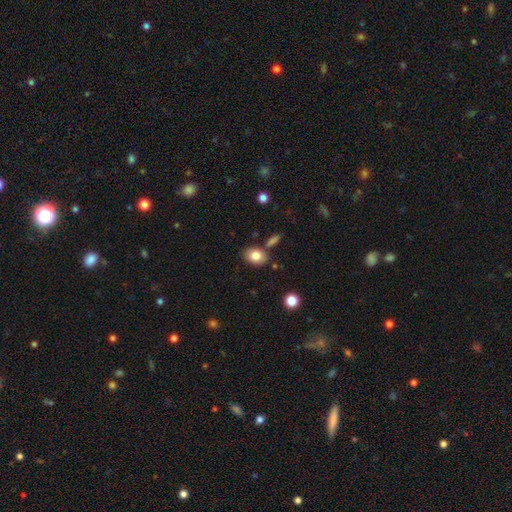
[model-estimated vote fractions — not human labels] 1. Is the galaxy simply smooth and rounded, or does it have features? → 82% smooth, 10% featured or disk, 8% star or artifact.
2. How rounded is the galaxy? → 76% in between, 23% round, 1% cigar-shaped.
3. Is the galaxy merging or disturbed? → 78% none, 12% minor disturbance, 8% merger, 3% major disturbance.